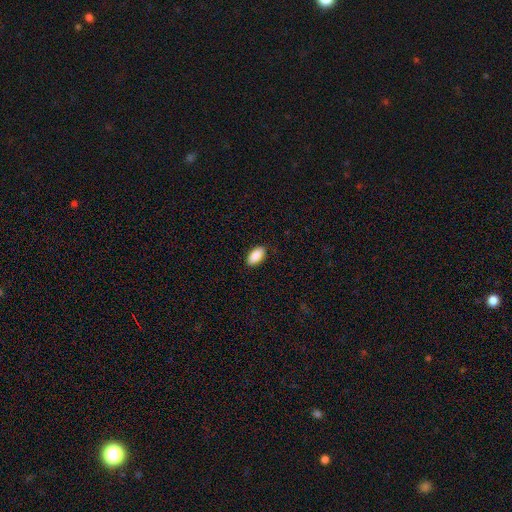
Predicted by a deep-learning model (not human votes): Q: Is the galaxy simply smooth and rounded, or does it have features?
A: smooth — 90%.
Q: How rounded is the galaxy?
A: in between — 93%.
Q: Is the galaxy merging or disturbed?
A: none — 88%.